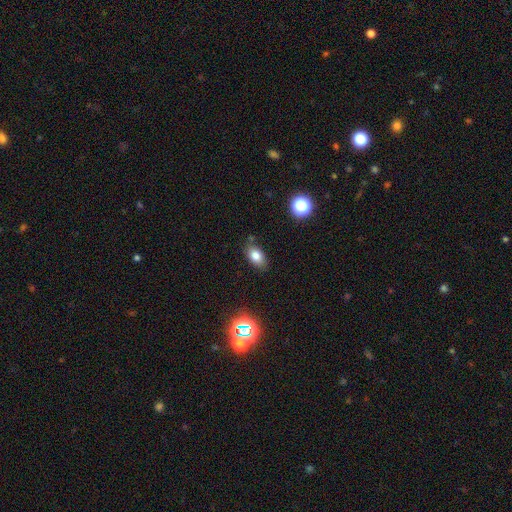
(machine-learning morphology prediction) smooth_or_featured: smooth (p=0.79) [alt: star or artifact p=0.11]
how_rounded: in between (p=0.86) [alt: round p=0.11]
merging: none (p=0.81) [alt: minor disturbance p=0.13]